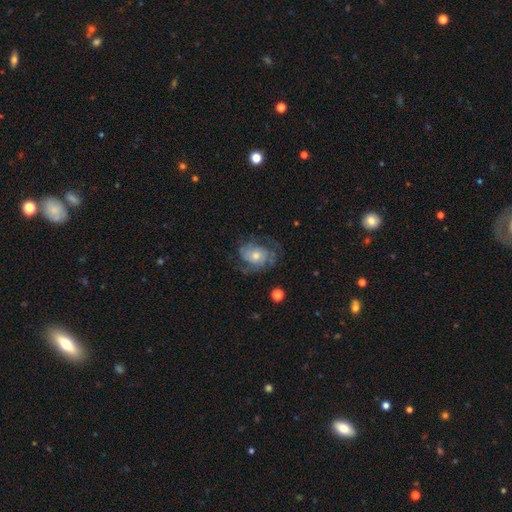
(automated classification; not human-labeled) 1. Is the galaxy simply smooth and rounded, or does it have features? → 71% featured or disk, 22% smooth, 7% star or artifact.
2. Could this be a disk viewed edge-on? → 97% no, 3% yes.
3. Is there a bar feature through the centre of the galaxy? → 79% no, 18% weak, 3% strong.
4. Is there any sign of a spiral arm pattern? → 87% yes, 13% no.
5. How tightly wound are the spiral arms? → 43% medium, 37% tight, 20% loose.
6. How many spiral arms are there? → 38% 2, 28% can't tell, 18% 3, 6% 4, 6% 1, 4% more than 4.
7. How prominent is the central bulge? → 50% moderate, 41% small, 6% large, 2% none, 1% dominant.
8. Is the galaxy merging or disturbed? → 59% none, 21% minor disturbance, 18% major disturbance, 2% merger.